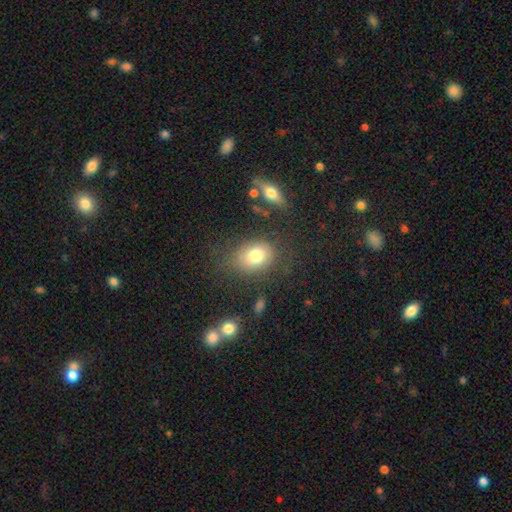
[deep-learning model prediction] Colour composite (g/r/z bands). It shows a smooth galaxy with no disk features (78%) that is in between round and cigar-shaped (64%). Merging: none (71%).